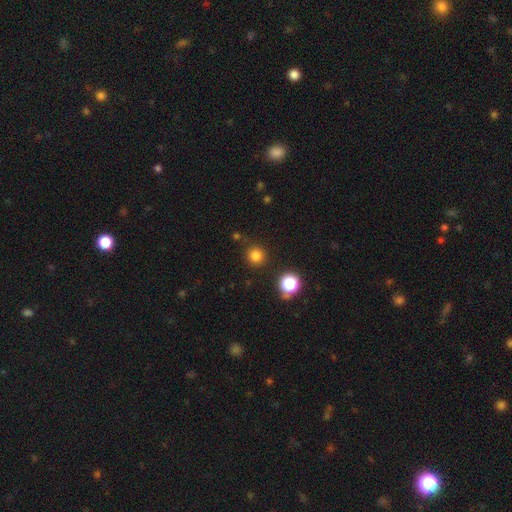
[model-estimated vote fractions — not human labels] Q: Smooth or featured?
A: smooth (80%); runner-up: star or artifact (16%)
Q: How rounded?
A: round (95%); runner-up: in between (4%)
Q: Merging?
A: none (88%); runner-up: minor disturbance (7%)